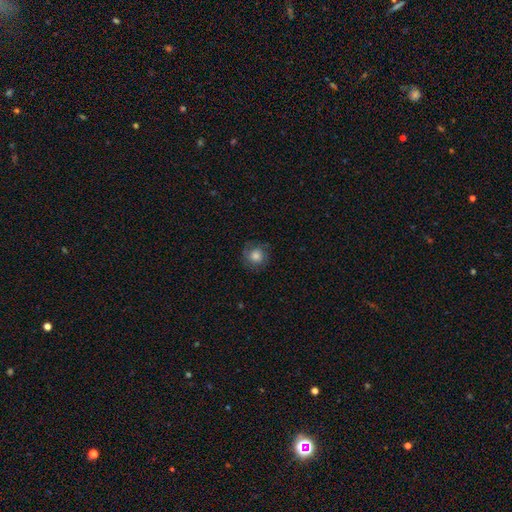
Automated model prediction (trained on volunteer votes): smooth-or-featured: smooth: 64% | featured or disk: 26% | star or artifact: 10%
  how-rounded: round: 89% | in between: 10% | cigar-shaped: 1%
  merging: none: 75% | minor disturbance: 16% | major disturbance: 7% | merger: 1%